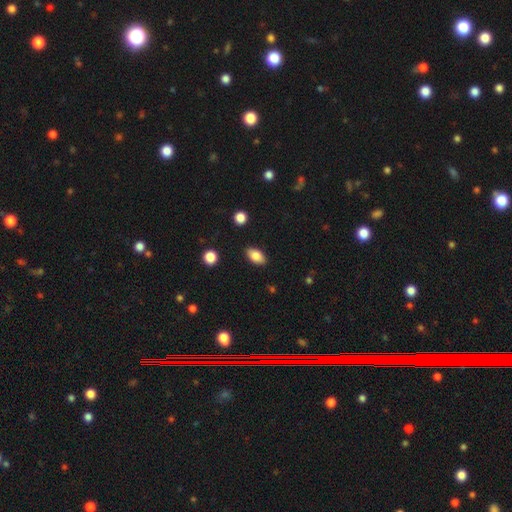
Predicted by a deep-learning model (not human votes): Morphology: type=smooth (83%); roundness=in between (90%); merging=none (87%).